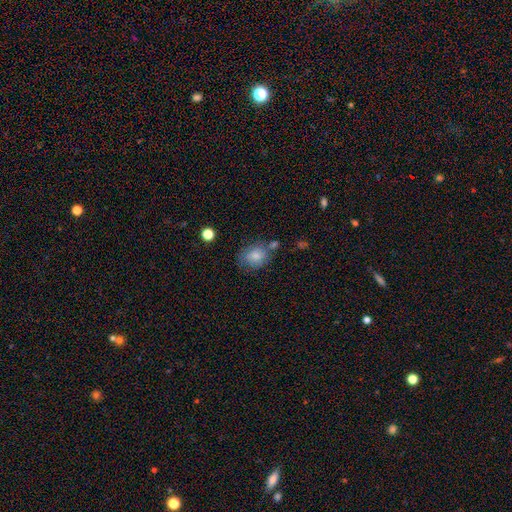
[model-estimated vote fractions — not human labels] This appears to be a smooth galaxy with no disk features (77%) that is round (52%). Merging: none (54%).